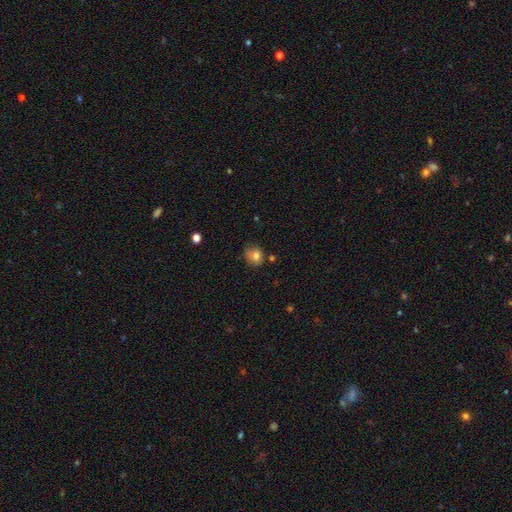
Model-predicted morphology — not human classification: Smooth or featured? smooth (80%)
How rounded? round (76%)
Merging? none (65%)